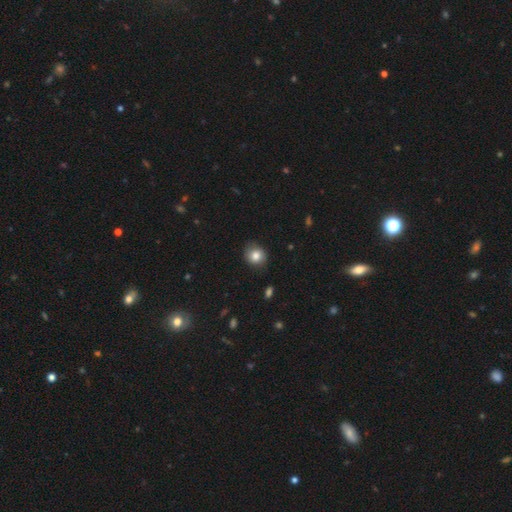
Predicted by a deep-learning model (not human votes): Overall: smooth (81%). How rounded: round (76%). Merging: none (78%).